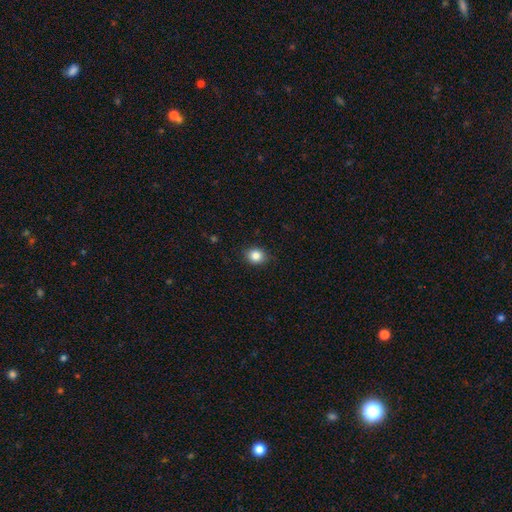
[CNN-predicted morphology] This is clearly a smooth galaxy (85%). How rounded: likely round (66%). Merging: clearly none (86%).